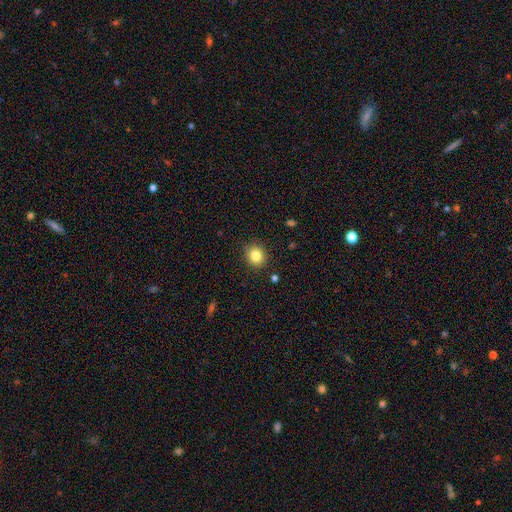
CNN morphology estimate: Q: Smooth or featured?
A: smooth (83%); runner-up: star or artifact (11%)
Q: How rounded?
A: round (77%); runner-up: in between (22%)
Q: Merging?
A: none (88%); runner-up: minor disturbance (8%)